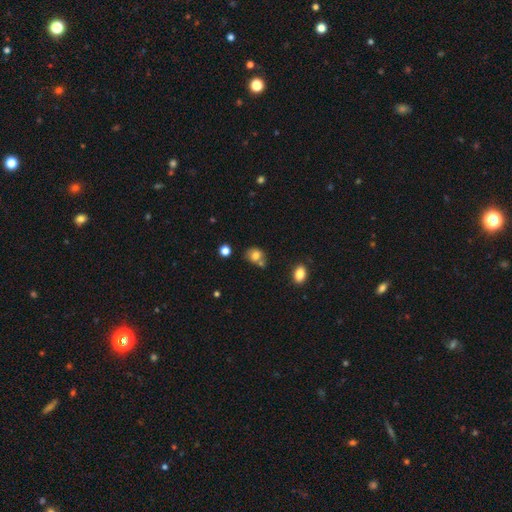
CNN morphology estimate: This appears to be a smooth galaxy with no disk features (77%) that is round (57%). Merging: none (53%).